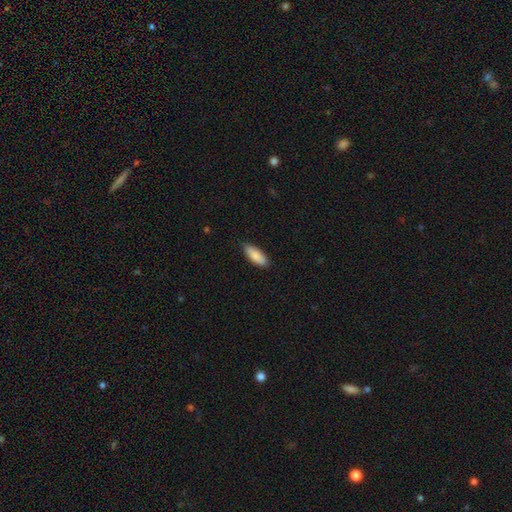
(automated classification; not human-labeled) A smooth galaxy with no disk features (87%) that is in between round and cigar-shaped (72%). Merging: none (85%).